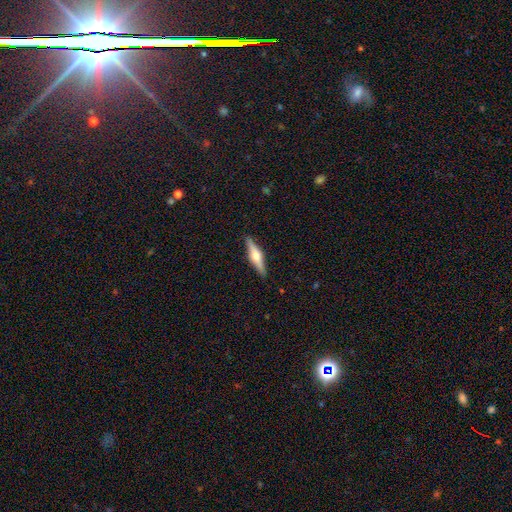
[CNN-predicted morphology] A featured or disk galaxy (65%) viewed edge-on (97%) with a rounded central bulge (94%).

Vote fractions:
- Smooth or featured? featured or disk: 65% / smooth: 30% / star or artifact: 5%
- Edge-on disk? yes: 97% / no: 3%
- Edge-on bulge? rounded: 94% / boxy: 4% / none: 2%
- Merging? none: 90% / minor disturbance: 7% / major disturbance: 2% / merger: 1%